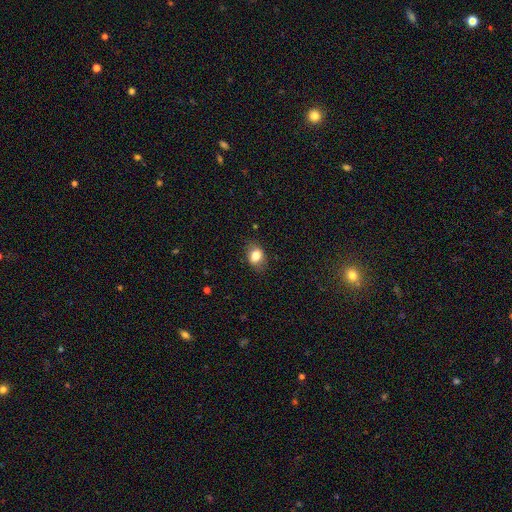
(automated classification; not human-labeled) The model was most divided on "how rounded": in between: 68%, round: 31%, cigar-shaped: 1%. More confident: smooth or featured — smooth (80%); merging — none (78%).